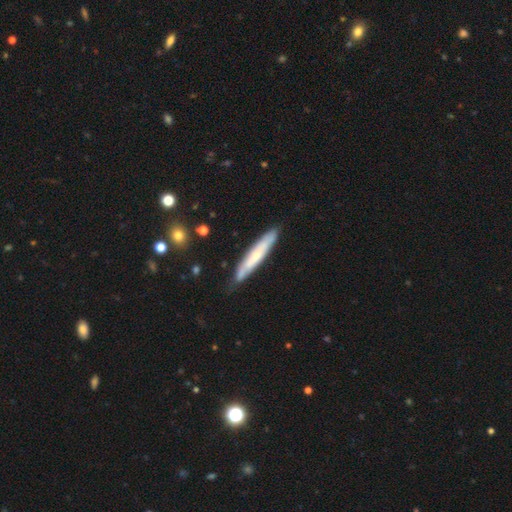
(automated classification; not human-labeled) A featured or disk galaxy (48%).

Vote fractions:
- Smooth or featured? featured or disk: 48% / smooth: 47% / star or artifact: 5%
- Merging? none: 82% / minor disturbance: 14% / major disturbance: 2% / merger: 2%